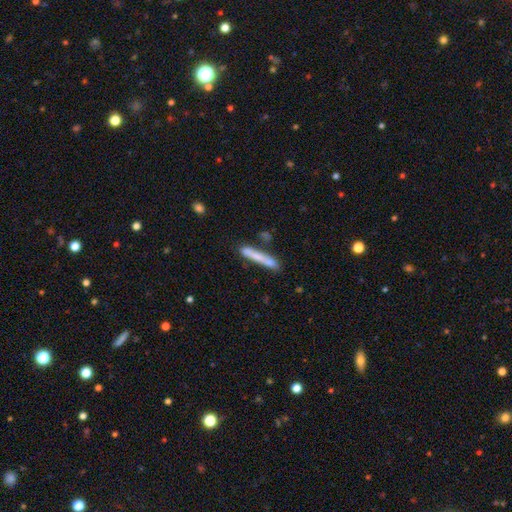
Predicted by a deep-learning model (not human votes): smooth_or_featured: smooth (p=0.70) [alt: featured or disk p=0.25]
how_rounded: cigar-shaped (p=0.95) [alt: in between p=0.04]
merging: none (p=0.75) [alt: minor disturbance p=0.15]